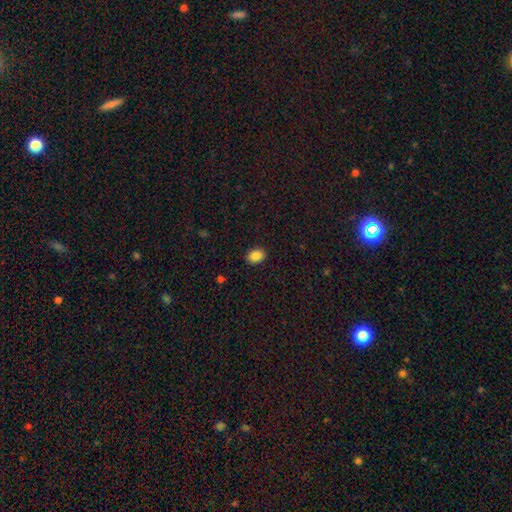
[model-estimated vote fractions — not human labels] The model was most divided on "how rounded": in between: 71%, round: 28%, cigar-shaped: 1%. More confident: merging — none (90%); smooth or featured — smooth (87%).